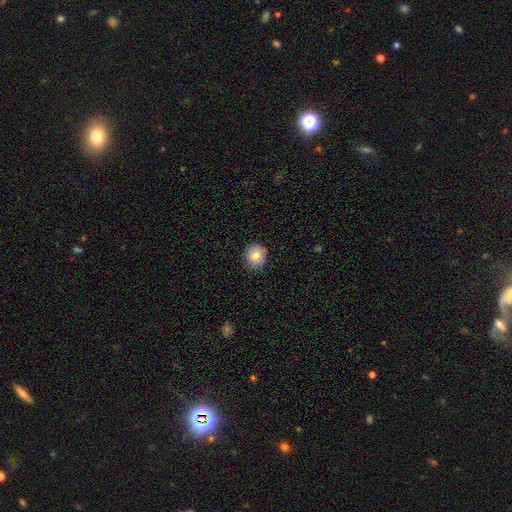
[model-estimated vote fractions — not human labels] Overall: smooth (80%). How rounded: round (85%). Merging: none (87%).